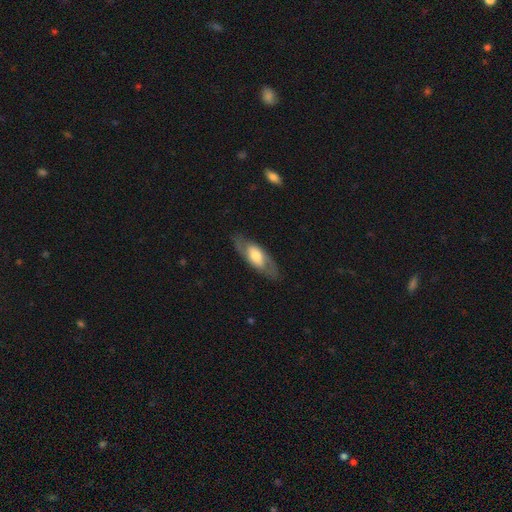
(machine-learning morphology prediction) The model was most divided on "smooth or featured": featured or disk: 57%, smooth: 38%, star or artifact: 5%. More confident: merging — none (79%); edge-on disk — no (76%).